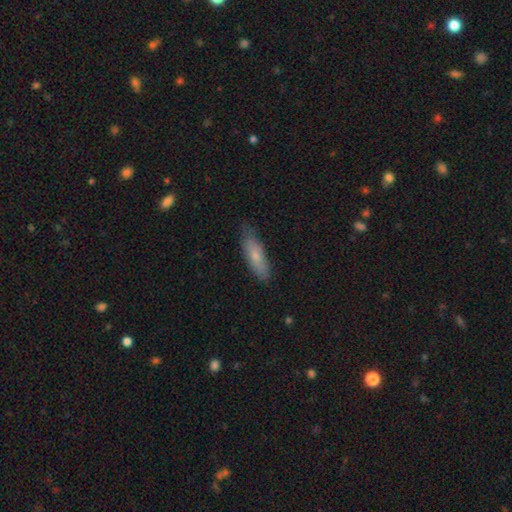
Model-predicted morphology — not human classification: smooth 75%, featured or disk 19%, star or artifact 6%. Down the decision tree: how rounded — cigar-shaped (53%); merging — none (75%).